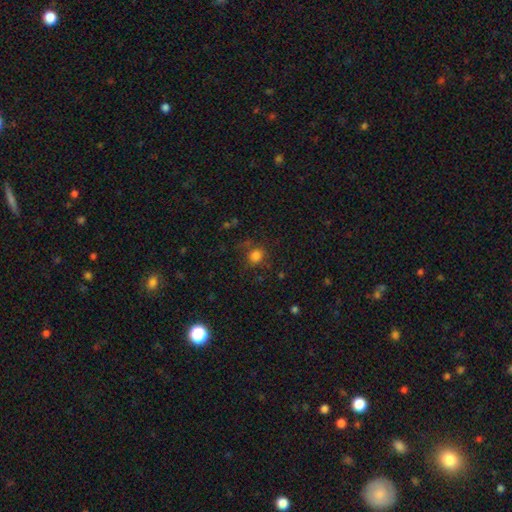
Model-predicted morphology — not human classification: The model was most divided on "merging": none: 74%, minor disturbance: 15%, major disturbance: 8%, merger: 3%. More confident: how rounded — round (83%); smooth or featured — smooth (80%).